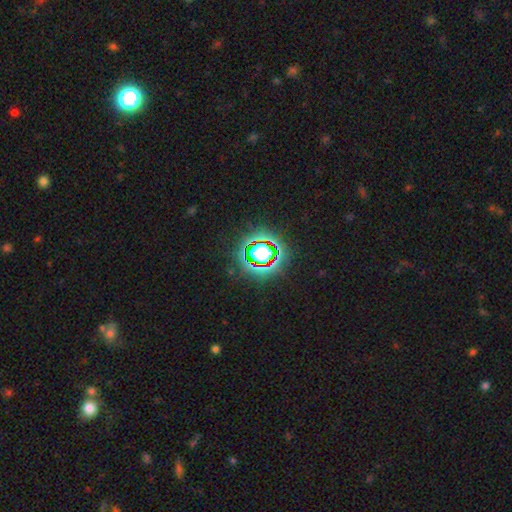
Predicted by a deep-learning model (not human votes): Smooth or featured? star or artifact (78%)